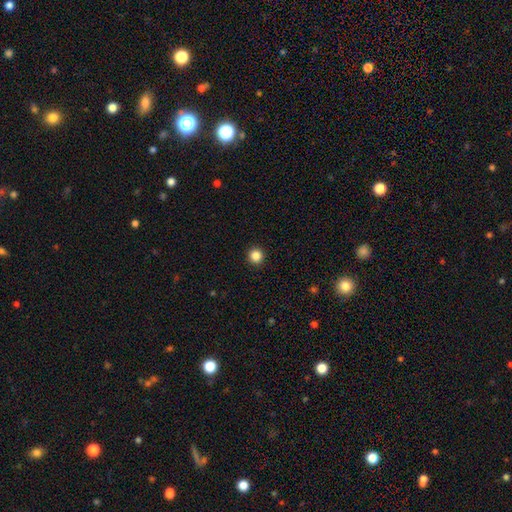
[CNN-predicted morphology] Smooth or featured?
  - smooth: 85% *
  - star or artifact: 11%
  - featured or disk: 3%
How rounded?
  - round: 95% *
  - in between: 4%
  - cigar-shaped: 1%
Merging?
  - none: 93% *
  - minor disturbance: 4%
  - major disturbance: 1%
  - merger: 1%